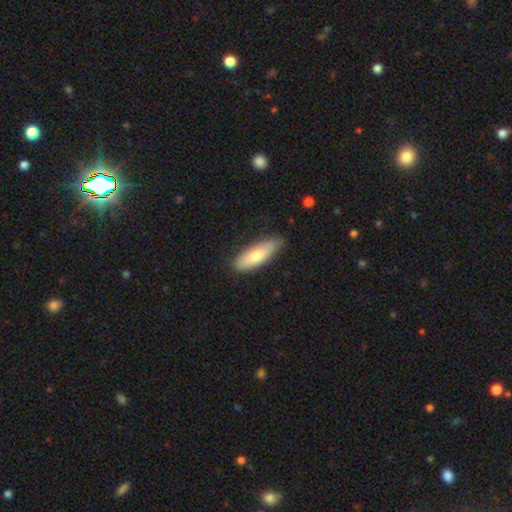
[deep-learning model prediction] A smooth galaxy with no disk features (71%) that is in between round and cigar-shaped (57%).

Vote fractions:
- Smooth or featured? smooth: 71% / featured or disk: 23% / star or artifact: 6%
- How rounded? in between: 57% / cigar-shaped: 41% / round: 2%
- Merging? none: 82% / minor disturbance: 15% / major disturbance: 2% / merger: 1%